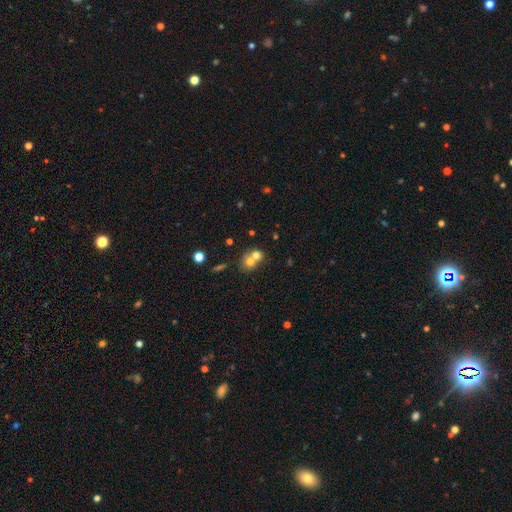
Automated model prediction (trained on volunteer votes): The model was most divided on "merging": merger: 63%, none: 30%, minor disturbance: 5%, major disturbance: 3%. More confident: how rounded — round (73%); smooth or featured — smooth (68%).